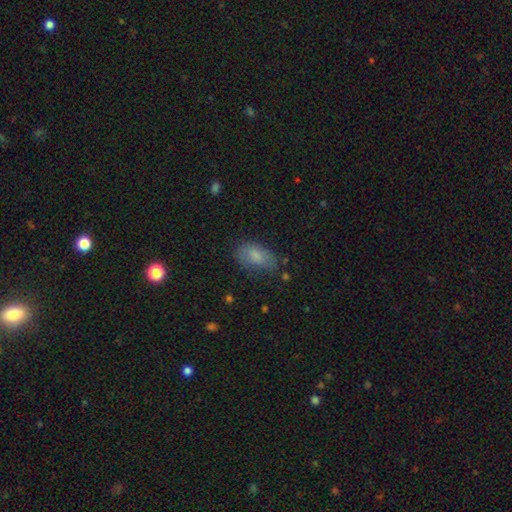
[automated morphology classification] Smooth or featured? smooth (80%)
How rounded? in between (91%)
Merging? none (68%)